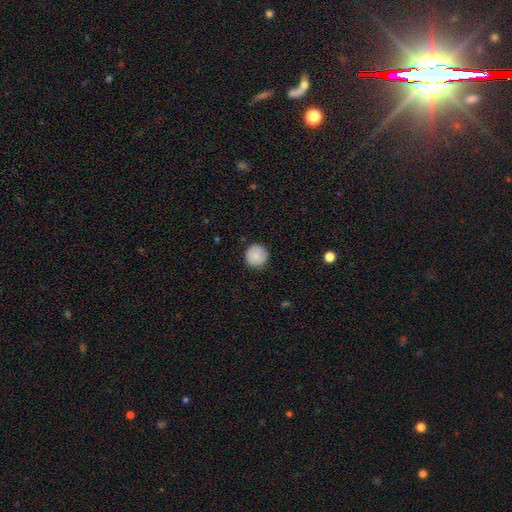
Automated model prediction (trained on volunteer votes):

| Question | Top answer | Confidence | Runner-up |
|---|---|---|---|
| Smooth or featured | smooth | 86% | star or artifact (7%) |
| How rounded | round | 95% | in between (4%) |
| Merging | none | 89% | minor disturbance (8%) |